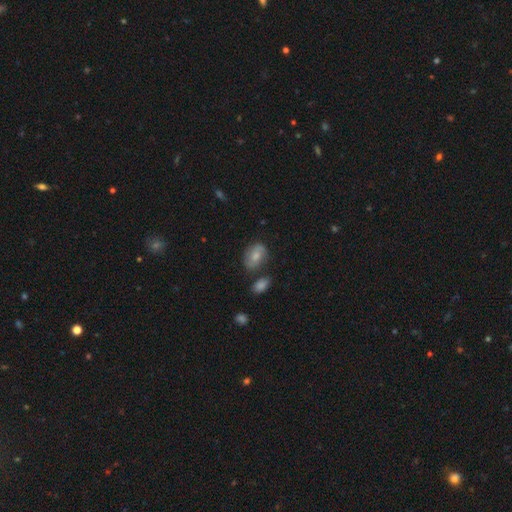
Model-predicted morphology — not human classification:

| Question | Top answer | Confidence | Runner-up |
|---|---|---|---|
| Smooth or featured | smooth | 60% | featured or disk (32%) |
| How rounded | in between | 79% | round (19%) |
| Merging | none | 66% | minor disturbance (20%) |